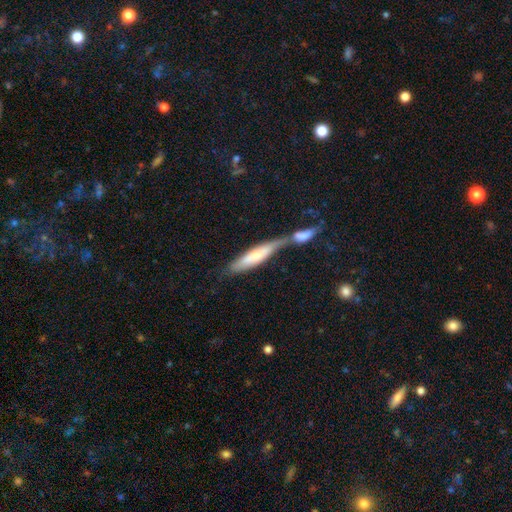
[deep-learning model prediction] Q: Smooth or featured?
A: smooth (57%); runner-up: featured or disk (37%)
Q: How rounded?
A: cigar-shaped (73%); runner-up: in between (25%)
Q: Merging?
A: merger (60%); runner-up: none (23%)